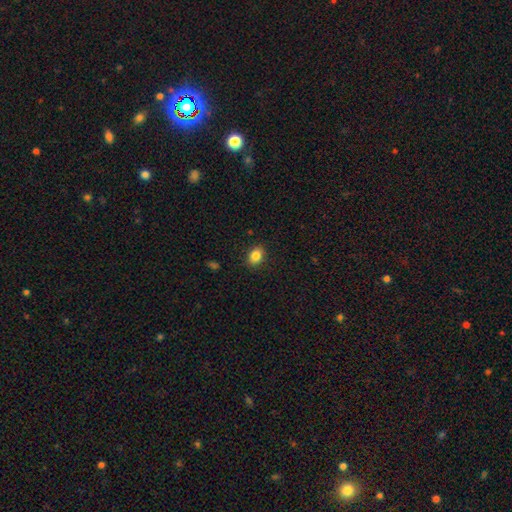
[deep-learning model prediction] smooth-or-featured: smooth: 85% | star or artifact: 10% | featured or disk: 5%
  how-rounded: in between: 62% | round: 37% | cigar-shaped: 1%
  merging: none: 88% | minor disturbance: 9% | major disturbance: 2% | merger: 1%